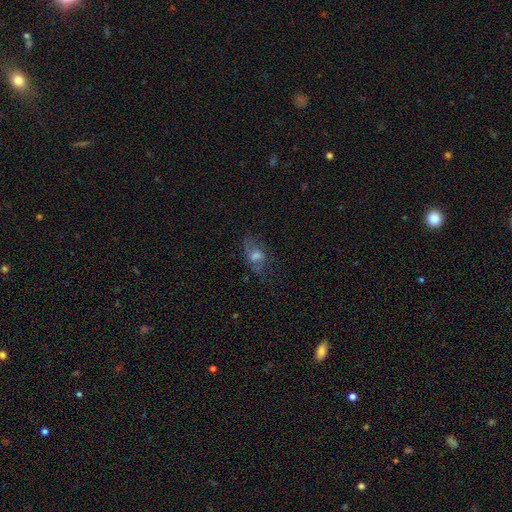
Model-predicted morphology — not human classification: smooth-or-featured: smooth: 42% | featured or disk: 41% | star or artifact: 17%
  merging: none: 52% | minor disturbance: 23% | major disturbance: 22% | merger: 3%